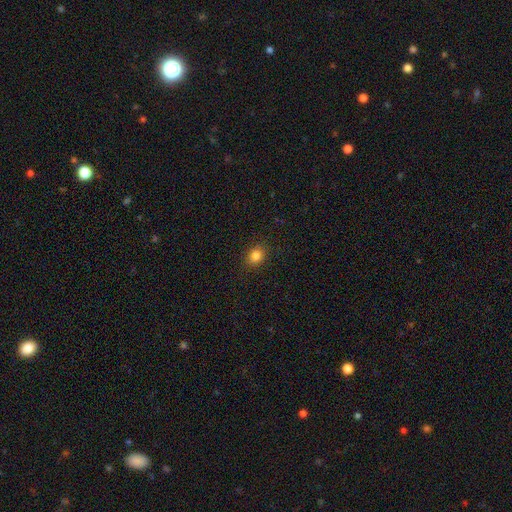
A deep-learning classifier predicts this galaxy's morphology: Overall: smooth (83%). How rounded: round (64%; in between 35%). Merging: none (90%).